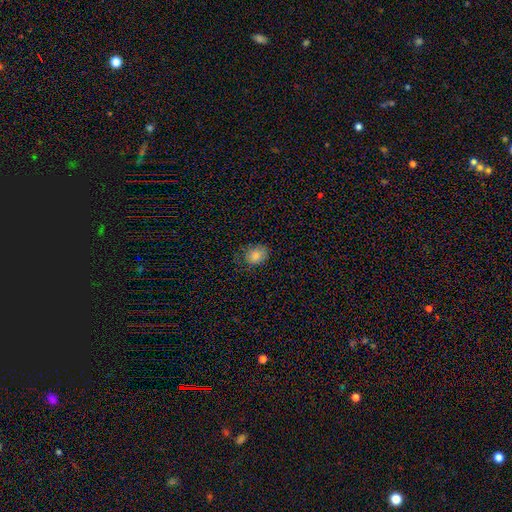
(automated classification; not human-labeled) Smooth or featured: smooth — 85% (star or artifact — 10%)
How rounded: in between — 51% (round — 48%)
Merging: none — 69% (minor disturbance — 24%)